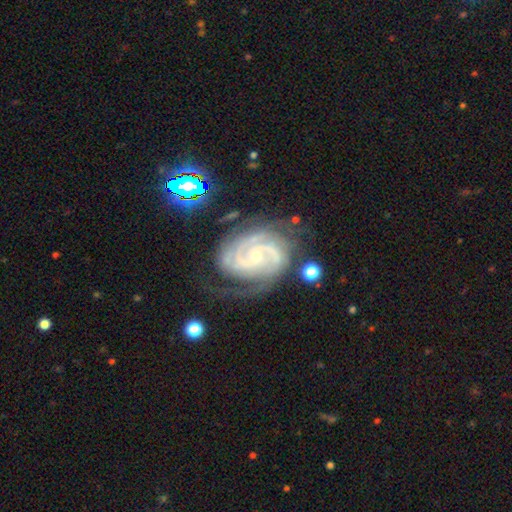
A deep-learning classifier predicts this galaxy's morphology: This appears to be a featured or disk galaxy (91%) with no bar (50%), 2 (52%) tight (60%) spiral arms (98%) and a small central bulge (73%). Merging: none (63%).